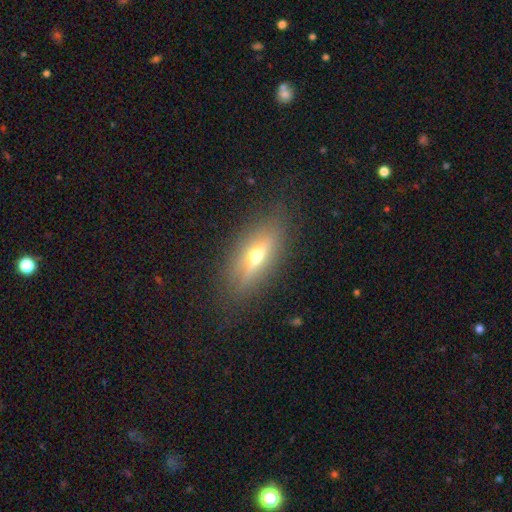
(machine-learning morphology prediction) Overall: featured or disk (50%; smooth 39%). Edge-on disk: yes (78%). Merging: none (82%).